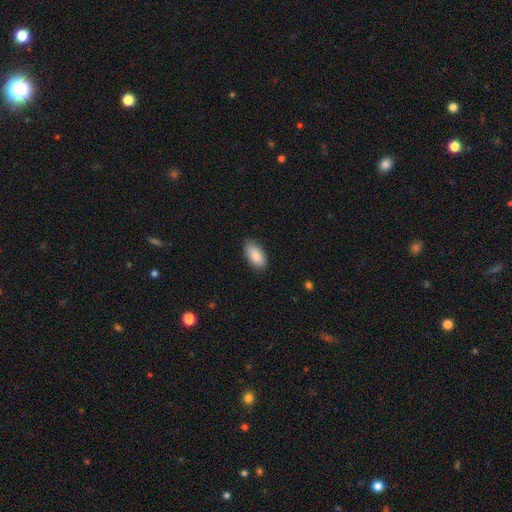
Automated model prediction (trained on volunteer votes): Morphology: type=smooth (85%); roundness=in between (93%); merging=none (83%).